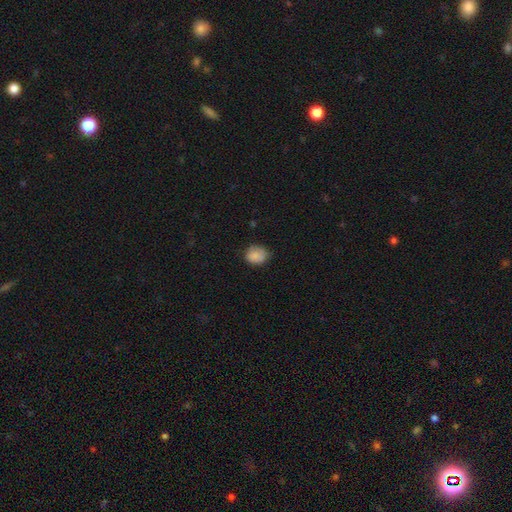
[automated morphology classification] The model was most divided on "how rounded": round: 66%, in between: 34%, cigar-shaped: 1%. More confident: smooth or featured — smooth (84%); merging — none (66%).